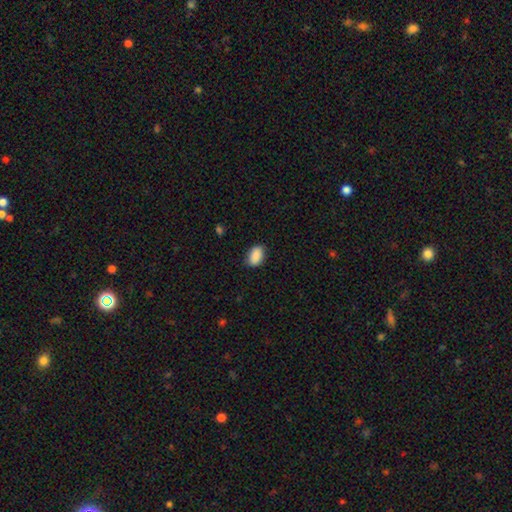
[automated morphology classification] Smooth or featured? smooth (89%)
How rounded? in between (89%)
Merging? none (82%)